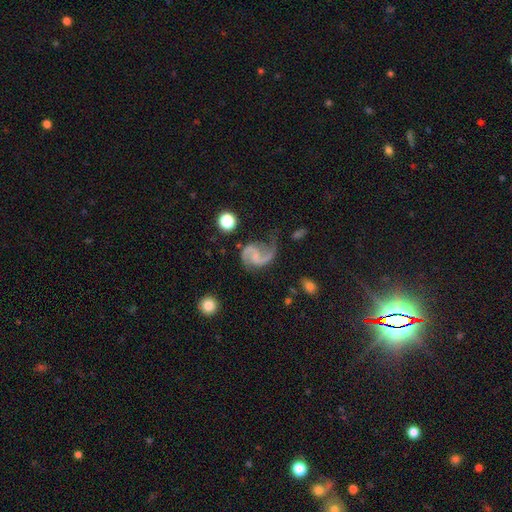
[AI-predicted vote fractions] featured or disk 87%, smooth 7%, star or artifact 6%. Down the decision tree: edge-on disk — no (98%); bar — no (45%); spiral arms — yes (96%); spiral arm count — 2 (86%); spiral winding — loose (58%); bulge size — small (45%); merging — none (54%).